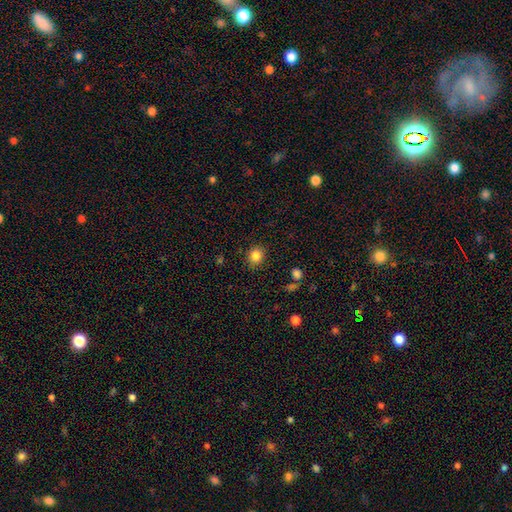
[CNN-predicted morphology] A smooth galaxy with no disk features (84%) that is round (73%).

Vote fractions:
- Smooth or featured? smooth: 84% / star or artifact: 11% / featured or disk: 5%
- How rounded? round: 73% / in between: 26% / cigar-shaped: 1%
- Merging? none: 88% / minor disturbance: 8% / major disturbance: 3% / merger: 1%